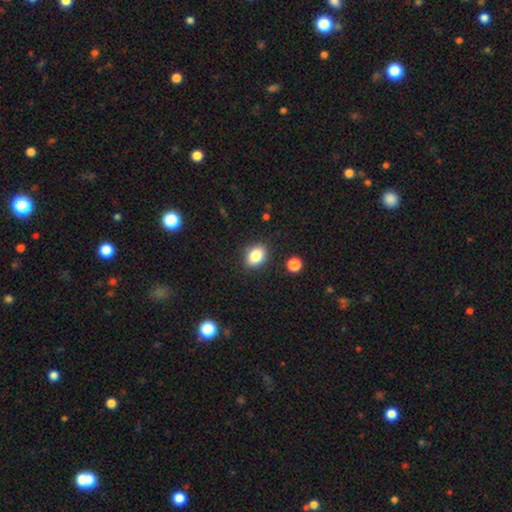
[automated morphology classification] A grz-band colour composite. It shows a smooth galaxy with no disk features (84%) that is in between round and cigar-shaped (74%). Merging: none (86%).